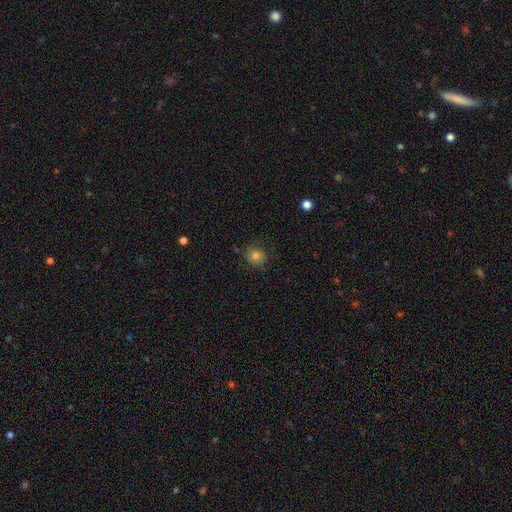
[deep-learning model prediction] This is likely a smooth galaxy (77%). How rounded: clearly round (88%). Merging: likely none (75%).